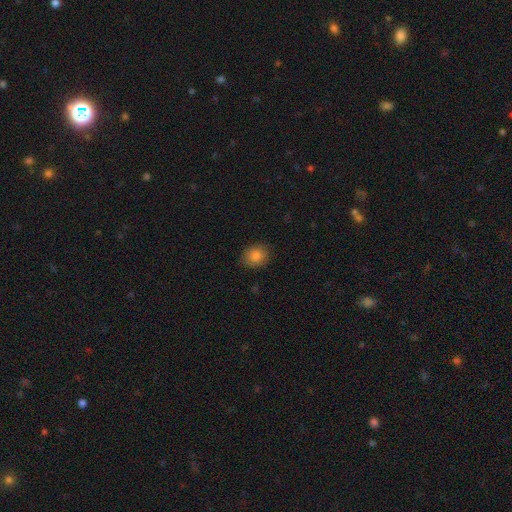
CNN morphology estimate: Smooth or featured? Predicted: smooth (p=0.83). How rounded? Predicted: round (p=0.67). Merging? Predicted: none (p=0.87).